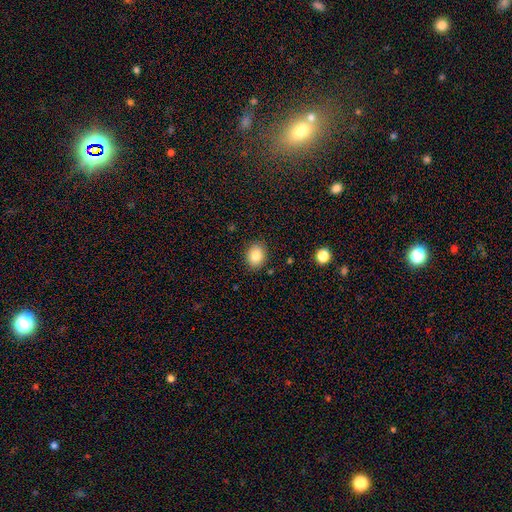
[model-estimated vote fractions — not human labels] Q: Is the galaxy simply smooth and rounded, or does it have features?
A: smooth — 85%.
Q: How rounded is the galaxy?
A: in between — 54%.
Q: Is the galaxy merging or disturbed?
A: none — 87%.